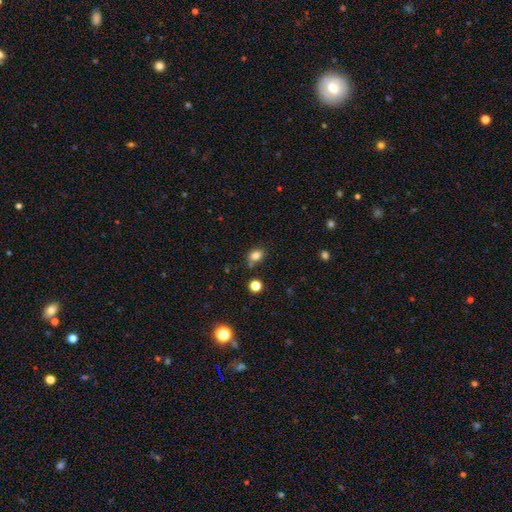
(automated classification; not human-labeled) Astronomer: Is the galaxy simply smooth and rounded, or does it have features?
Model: smooth — 81%.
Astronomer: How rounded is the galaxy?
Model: in between — 62%.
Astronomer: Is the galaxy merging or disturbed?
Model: none — 69%.